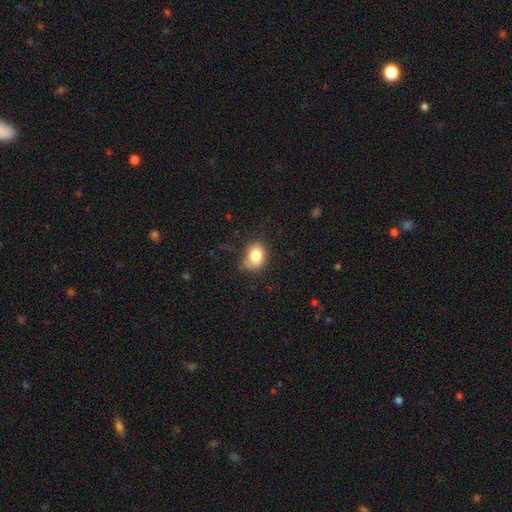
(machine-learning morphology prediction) smooth_or_featured: smooth (p=0.83) [alt: star or artifact p=0.09]
how_rounded: in between (p=0.66) [alt: round p=0.33]
merging: none (p=0.68) [alt: minor disturbance p=0.23]